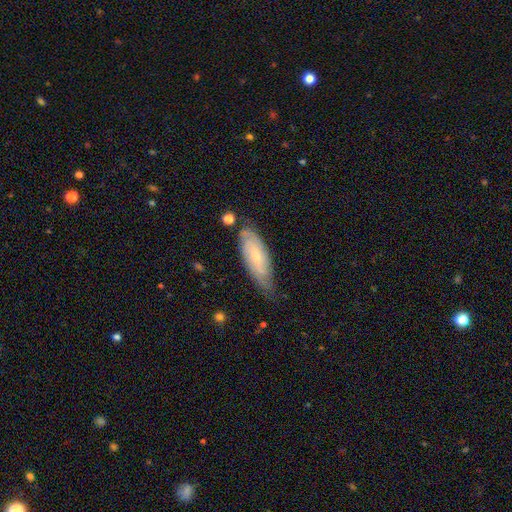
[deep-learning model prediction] The model was most divided on "smooth or featured": featured or disk: 59%, smooth: 34%, star or artifact: 7%. More confident: edge-on disk — no (81%); merging — none (66%).